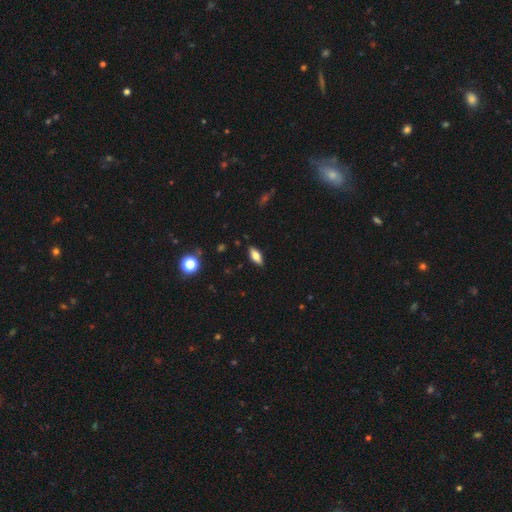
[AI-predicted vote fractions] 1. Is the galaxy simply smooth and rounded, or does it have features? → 68% smooth, 24% featured or disk, 8% star or artifact.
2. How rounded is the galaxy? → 77% in between, 20% cigar-shaped, 3% round.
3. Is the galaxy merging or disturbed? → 87% none, 9% minor disturbance, 2% major disturbance, 1% merger.